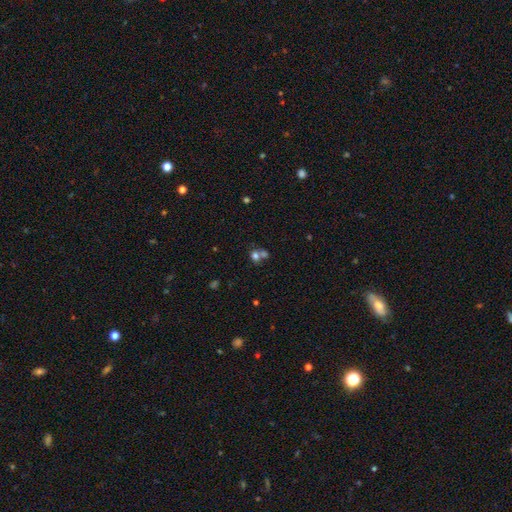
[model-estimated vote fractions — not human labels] Smooth or featured? smooth (70%)
How rounded? round (64%)
Merging? merger (51%)